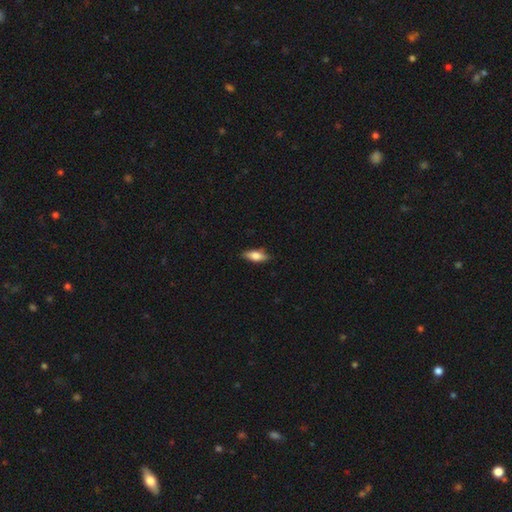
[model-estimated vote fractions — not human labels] This is likely a smooth galaxy (72%). How rounded: likely in between (70%). Merging: clearly none (84%).